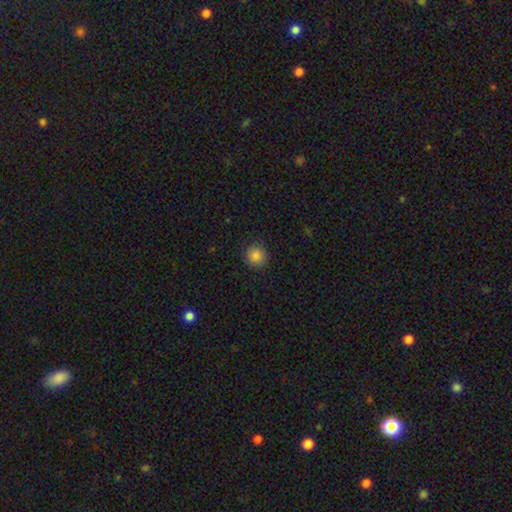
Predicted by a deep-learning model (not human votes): smooth-or-featured: smooth: 85% | star or artifact: 11% | featured or disk: 4%
  how-rounded: round: 93% | in between: 6% | cigar-shaped: 1%
  merging: none: 90% | minor disturbance: 7% | major disturbance: 2% | merger: 1%